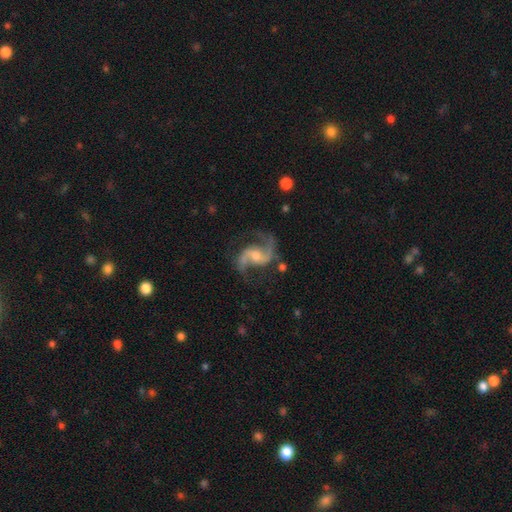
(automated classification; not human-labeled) This is clearly a featured or disk galaxy (92%). It is clearly not viewed edge-on (98%). Bar: marginally no (42%, tied with weak). Spiral arm pattern: clearly yes (98%). Spiral arm count: clearly 2 (94%). Spiral winding: possibly loose (47%). Central bulge: possibly moderate (53%). Merging: likely none (75%).